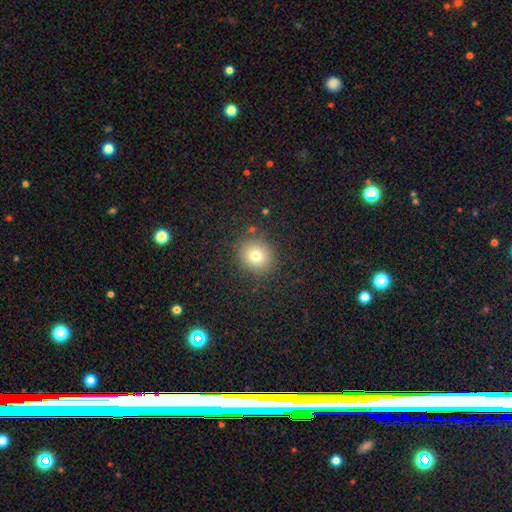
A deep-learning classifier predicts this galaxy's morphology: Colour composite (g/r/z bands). It shows a smooth galaxy with no disk features (76%) that is round (86%). Merging: none (87%).